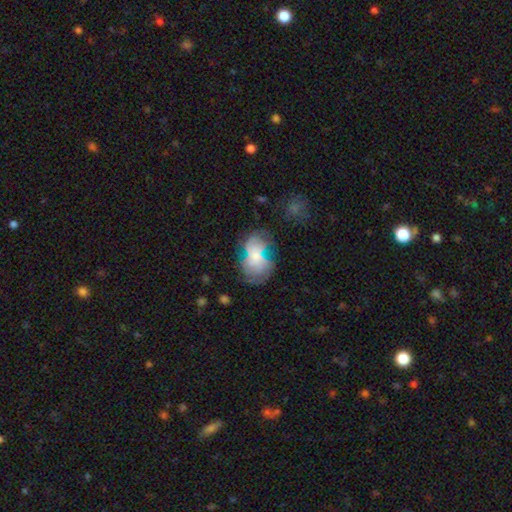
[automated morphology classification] The model was most divided on "smooth or featured": featured or disk: 48%, smooth: 42%, star or artifact: 10%. Remaining: merging — none (44%).